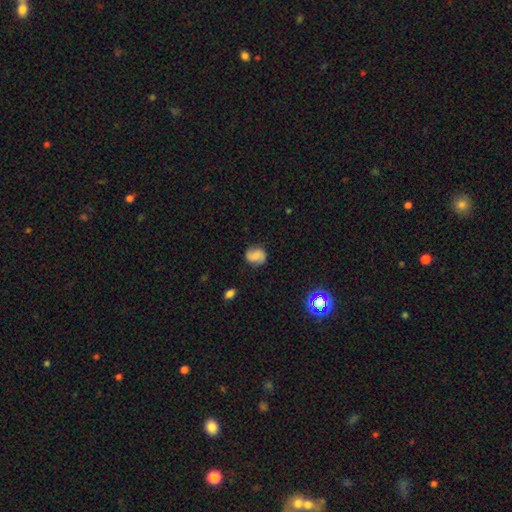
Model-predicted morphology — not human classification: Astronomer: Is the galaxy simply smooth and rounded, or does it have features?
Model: smooth — 49% (runner-up: featured or disk, 40%).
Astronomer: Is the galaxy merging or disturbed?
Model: none — 77%.